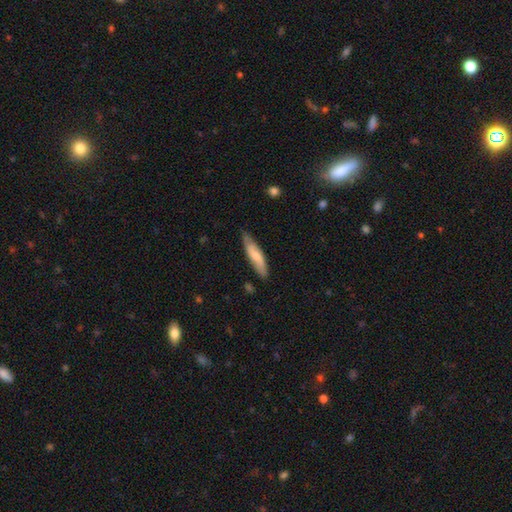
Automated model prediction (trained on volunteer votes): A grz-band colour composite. It shows a smooth galaxy with no disk features (65%) that is cigar-shaped (75%). Merging: none (76%).